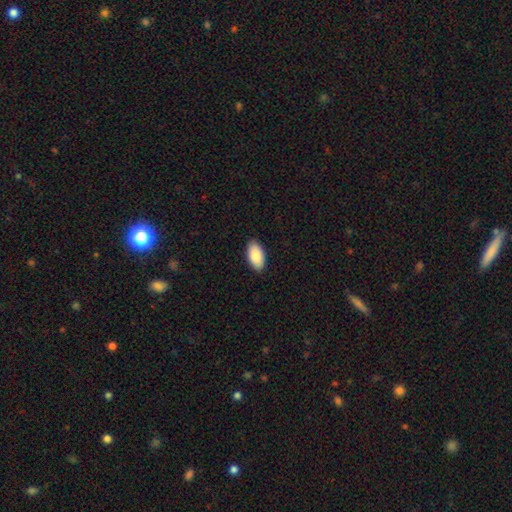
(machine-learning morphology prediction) This appears to be a smooth galaxy with no disk features (89%) that is in between round and cigar-shaped (96%). Merging: none (90%).